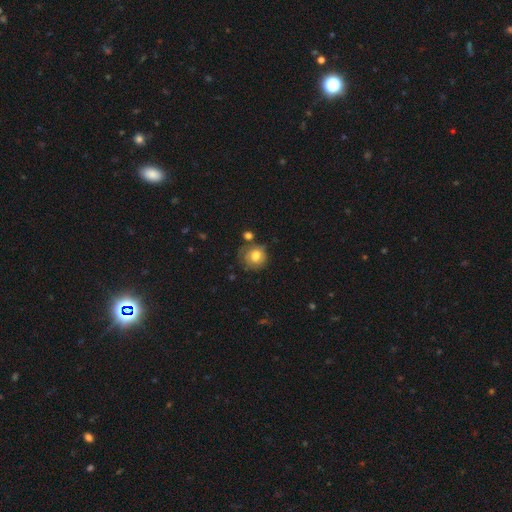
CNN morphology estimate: A smooth galaxy with no disk features (76%) that is round (87%).

Vote fractions:
- Smooth or featured? smooth: 76% / featured or disk: 16% / star or artifact: 9%
- How rounded? round: 87% / in between: 13% / cigar-shaped: 1%
- Merging? none: 65% / minor disturbance: 21% / merger: 8% / major disturbance: 7%